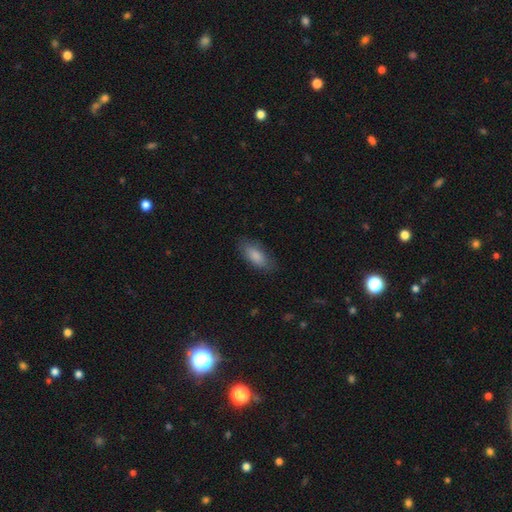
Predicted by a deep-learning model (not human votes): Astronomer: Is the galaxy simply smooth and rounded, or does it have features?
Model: smooth — 86%.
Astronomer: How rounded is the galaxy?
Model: in between — 84%.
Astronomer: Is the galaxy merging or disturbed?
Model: none — 81%.